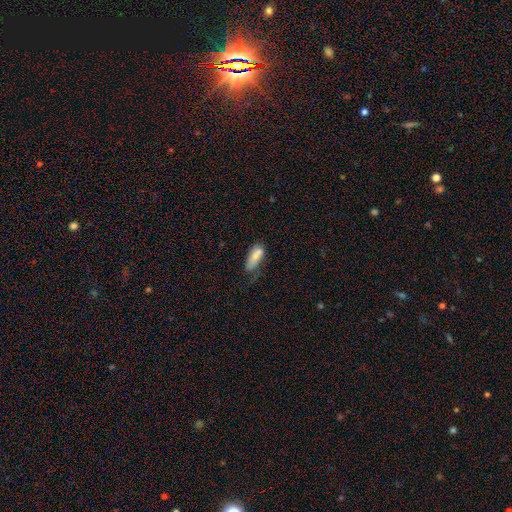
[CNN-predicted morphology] smooth-or-featured: smooth: 77% | featured or disk: 15% | star or artifact: 8%
  how-rounded: in between: 71% | cigar-shaped: 27% | round: 2%
  merging: none: 39% | minor disturbance: 30% | major disturbance: 19% | merger: 12%